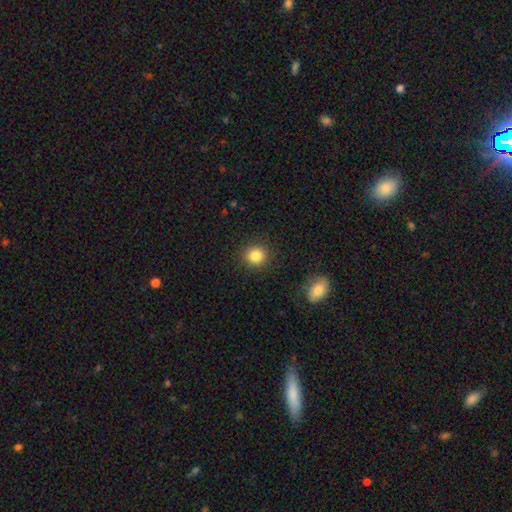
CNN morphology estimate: Smooth or featured: smooth — 85% (star or artifact — 10%)
How rounded: round — 89% (in between — 10%)
Merging: none — 90% (minor disturbance — 6%)